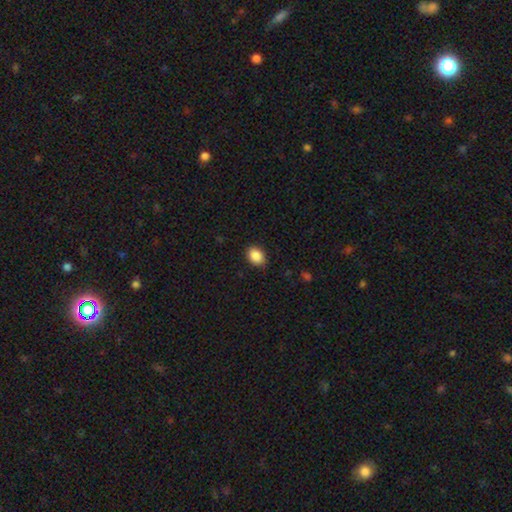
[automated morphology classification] This is clearly a smooth galaxy (88%). How rounded: likely in between (71%). Merging: clearly none (86%).